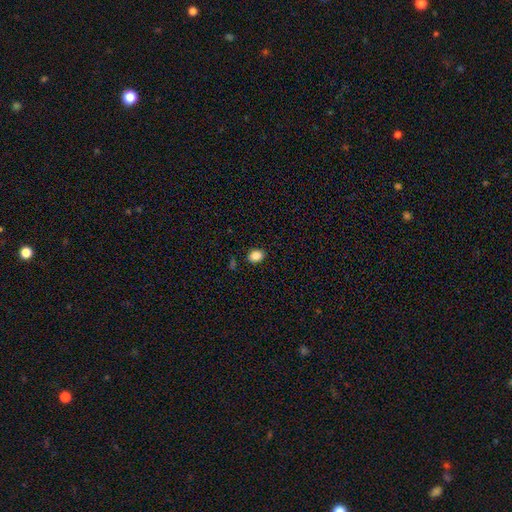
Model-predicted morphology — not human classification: Smooth or featured? Predicted: smooth (p=0.86). How rounded? Predicted: in between (p=0.63). Merging? Predicted: none (p=0.87).